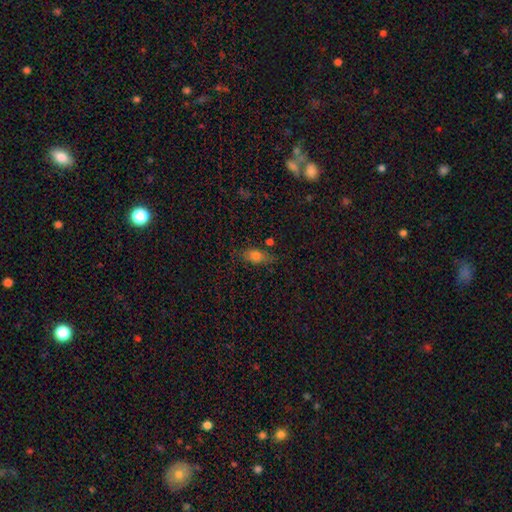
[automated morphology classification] Smooth or featured? smooth (73%)
How rounded? in between (76%)
Merging? none (65%)